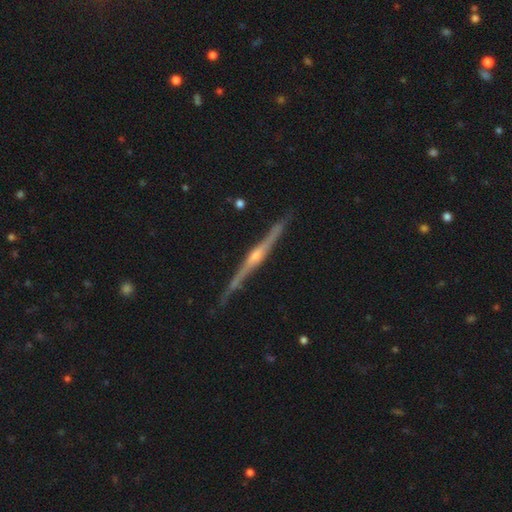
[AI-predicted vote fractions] A featured or disk galaxy (87%) viewed edge-on (98%) with a rounded central bulge (84%).

Vote fractions:
- Smooth or featured? featured or disk: 87% / smooth: 8% / star or artifact: 5%
- Edge-on disk? yes: 98% / no: 2%
- Edge-on bulge? rounded: 84% / none: 9% / boxy: 7%
- Merging? none: 87% / minor disturbance: 9% / major disturbance: 2% / merger: 1%